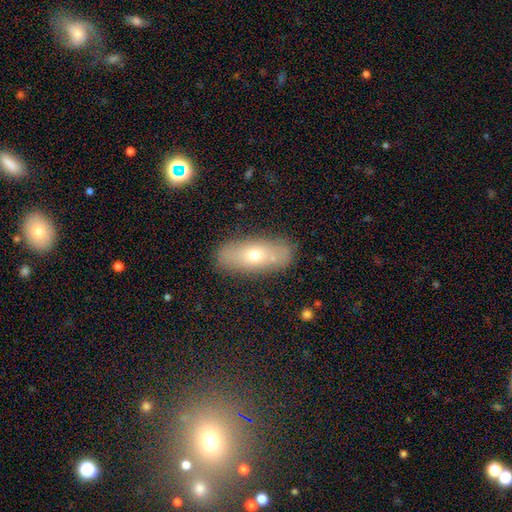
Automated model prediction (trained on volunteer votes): Smooth or featured?
  - smooth: 55% *
  - featured or disk: 35%
  - star or artifact: 10%
How rounded?
  - in between: 72% *
  - cigar-shaped: 24%
  - round: 4%
Merging?
  - none: 84% *
  - minor disturbance: 11%
  - major disturbance: 3%
  - merger: 2%